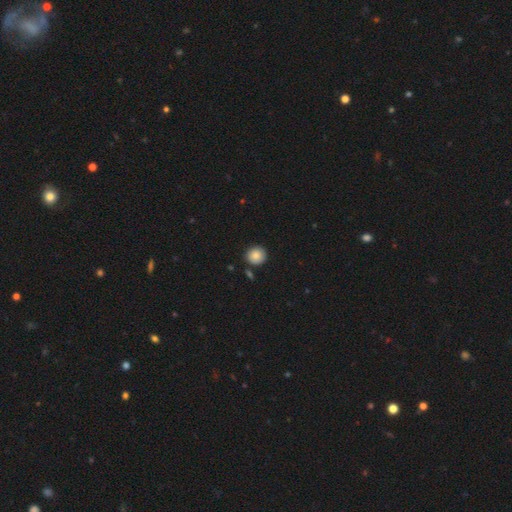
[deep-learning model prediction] This is clearly a smooth galaxy (86%). How rounded: clearly round (91%). Merging: clearly none (87%).